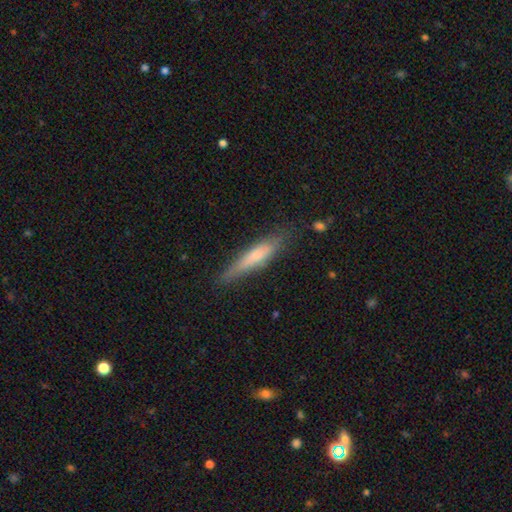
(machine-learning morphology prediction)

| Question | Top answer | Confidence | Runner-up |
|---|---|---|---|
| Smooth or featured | smooth | 61% | featured or disk (32%) |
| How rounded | cigar-shaped | 86% | in between (13%) |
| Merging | none | 77% | minor disturbance (17%) |